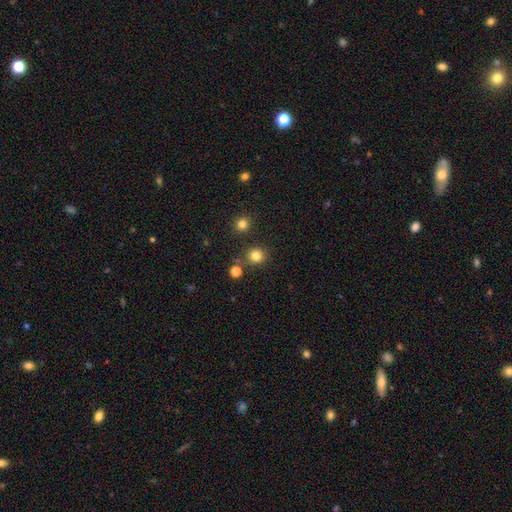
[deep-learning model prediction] Smooth or featured? Predicted: smooth (p=0.82). How rounded? Predicted: round (p=0.87). Merging? Predicted: none (p=0.83).